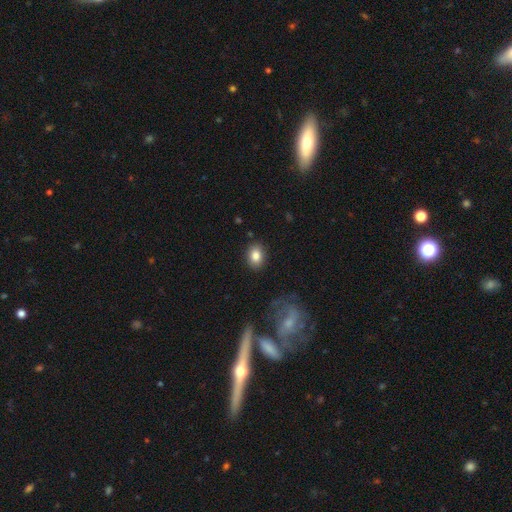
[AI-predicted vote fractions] Smooth or featured? Predicted: smooth (p=0.84). How rounded? Predicted: in between (p=0.65). Merging? Predicted: none (p=0.86).